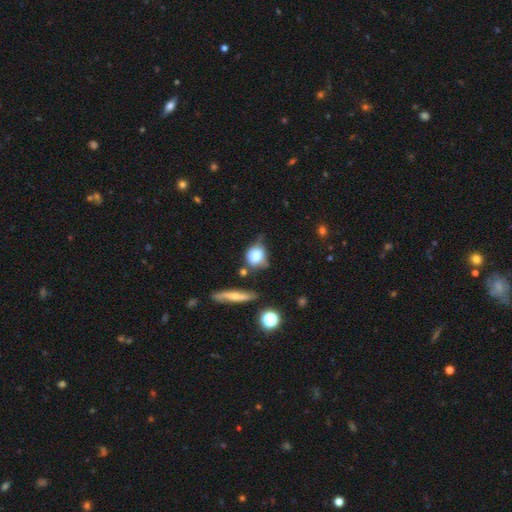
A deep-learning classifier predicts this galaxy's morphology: Q: Smooth or featured?
A: smooth (72%); runner-up: featured or disk (18%)
Q: How rounded?
A: round (62%); runner-up: in between (35%)
Q: Merging?
A: none (48%); runner-up: minor disturbance (29%)